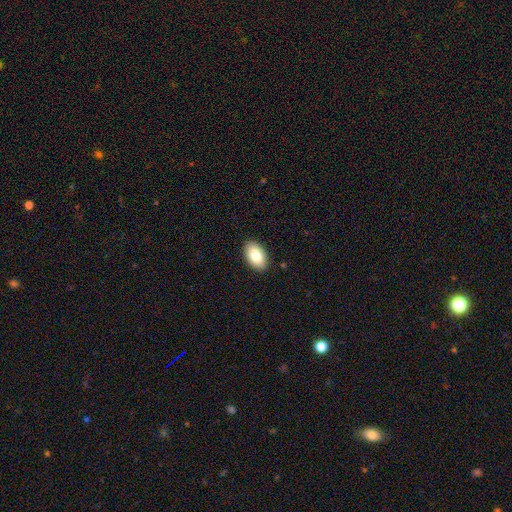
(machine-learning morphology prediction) Overall: smooth (83%). How rounded: in between (94%). Merging: none (90%).